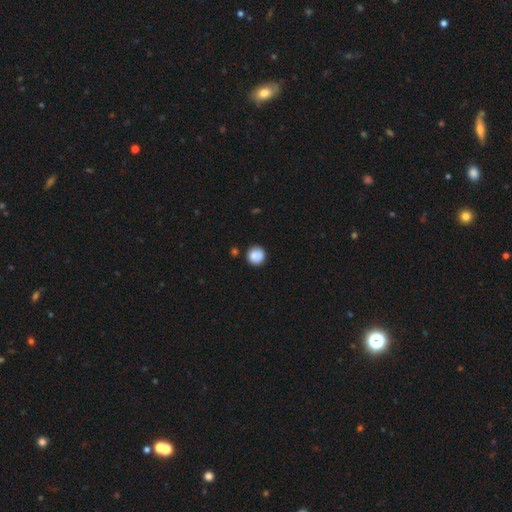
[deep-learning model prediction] Smooth or featured?
  - smooth: 85% *
  - star or artifact: 8%
  - featured or disk: 7%
How rounded?
  - round: 94% *
  - in between: 5%
  - cigar-shaped: 1%
Merging?
  - none: 84% *
  - minor disturbance: 10%
  - merger: 4%
  - major disturbance: 3%